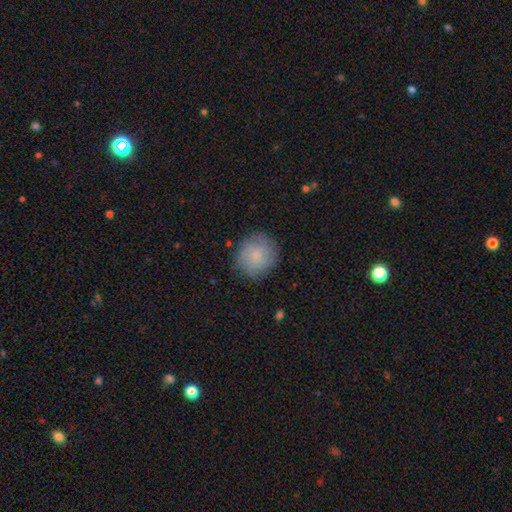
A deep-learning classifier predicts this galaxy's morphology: Smooth or featured: smooth — 68% (featured or disk — 24%)
How rounded: round — 87% (in between — 12%)
Merging: none — 82% (minor disturbance — 13%)